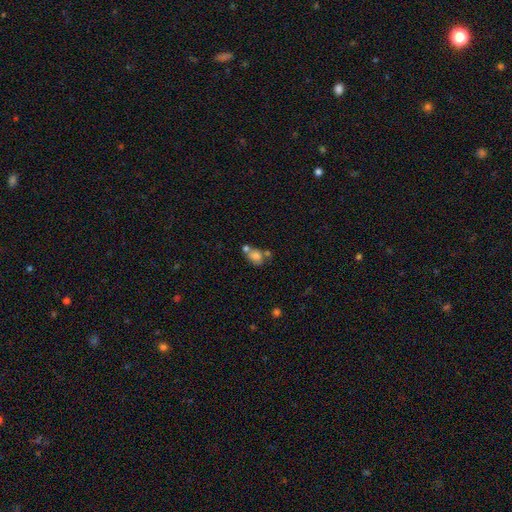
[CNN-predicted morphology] This is likely a smooth galaxy (72%). How rounded: likely in between (62%). Merging: marginally merger (43%).